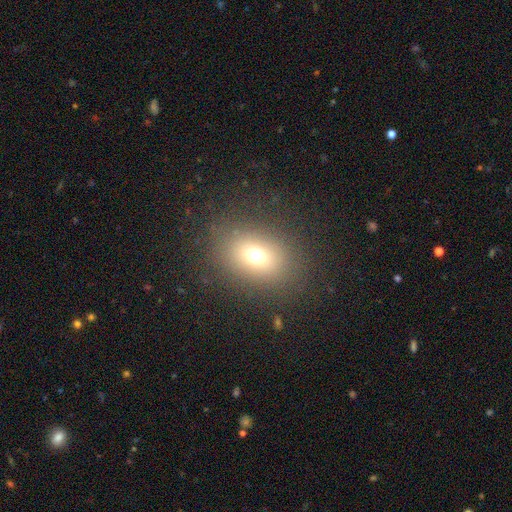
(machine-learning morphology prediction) A smooth galaxy with no disk features (70%) that is in between round and cigar-shaped (59%).

Vote fractions:
- Smooth or featured? smooth: 70% / star or artifact: 17% / featured or disk: 13%
- How rounded? in between: 59% / round: 40% / cigar-shaped: 1%
- Merging? none: 84% / minor disturbance: 9% / major disturbance: 6% / merger: 1%